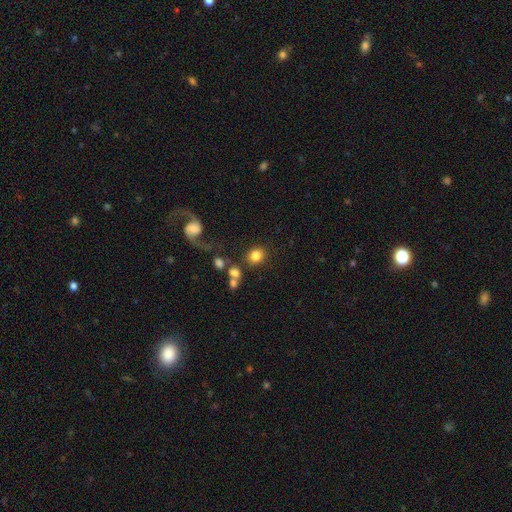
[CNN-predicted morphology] This is clearly a smooth galaxy (81%). How rounded: likely round (70%). Merging: likely none (72%).